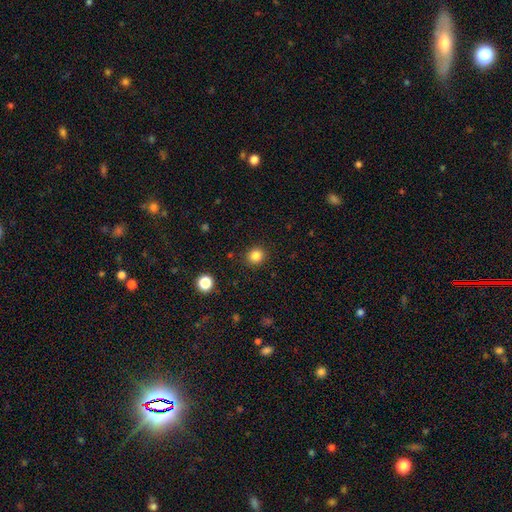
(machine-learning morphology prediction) smooth-or-featured: smooth: 83% | star or artifact: 12% | featured or disk: 4%
  how-rounded: round: 88% | in between: 11% | cigar-shaped: 1%
  merging: none: 90% | minor disturbance: 6% | major disturbance: 2% | merger: 1%